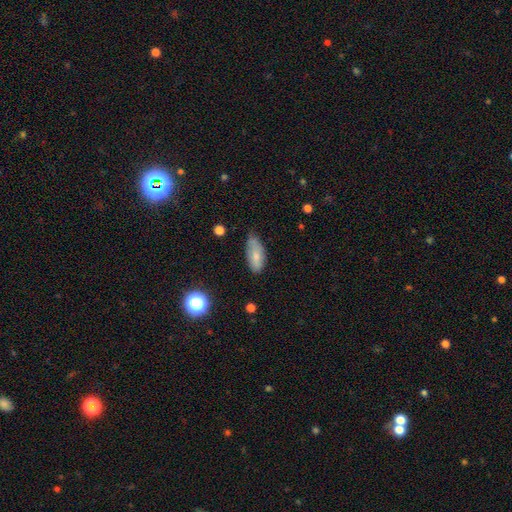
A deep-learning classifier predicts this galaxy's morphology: Overall: smooth (74%). How rounded: in between (82%). Merging: none (60%; minor disturbance 32%).